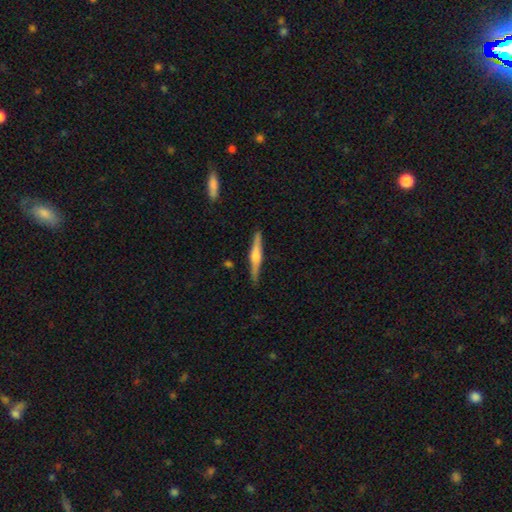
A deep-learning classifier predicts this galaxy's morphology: Smooth or featured?
  - featured or disk: 66% *
  - smooth: 29%
  - star or artifact: 6%
Edge-on disk?
  - yes: 98% *
  - no: 2%
Edge-on bulge?
  - rounded: 80% *
  - boxy: 14%
  - none: 6%
Merging?
  - none: 90% *
  - minor disturbance: 8%
  - major disturbance: 1%
  - merger: 1%